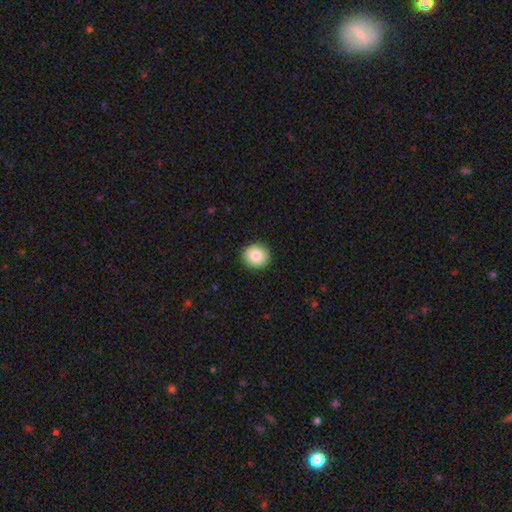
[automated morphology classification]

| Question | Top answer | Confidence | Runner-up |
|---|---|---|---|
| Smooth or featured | smooth | 84% | star or artifact (8%) |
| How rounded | round | 88% | in between (11%) |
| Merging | none | 92% | minor disturbance (5%) |